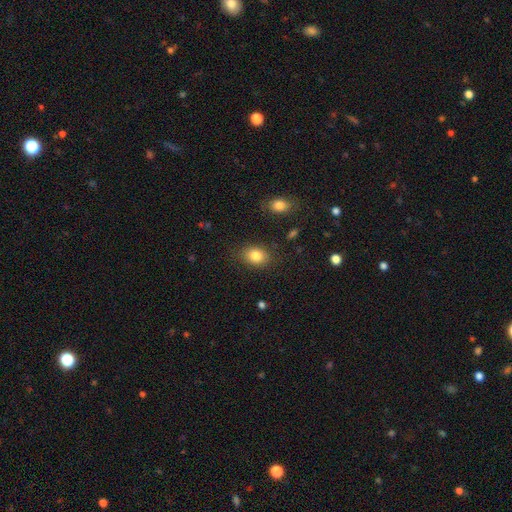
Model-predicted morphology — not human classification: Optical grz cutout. It shows a smooth galaxy with no disk features (83%) that is in between round and cigar-shaped (65%). Merging: none (83%).